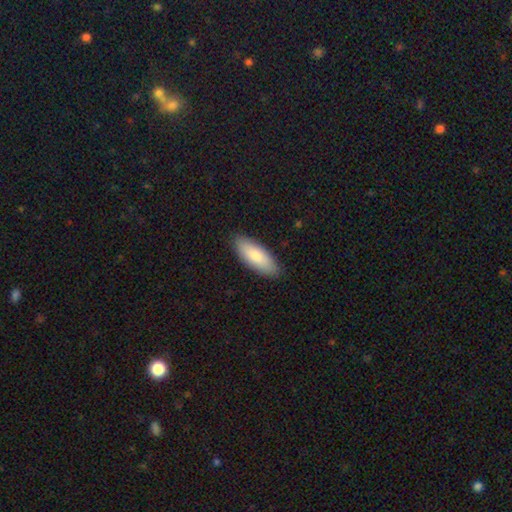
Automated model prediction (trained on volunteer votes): This appears to be a smooth galaxy with no disk features (83%) that is in between round and cigar-shaped (74%). Merging: none (87%).